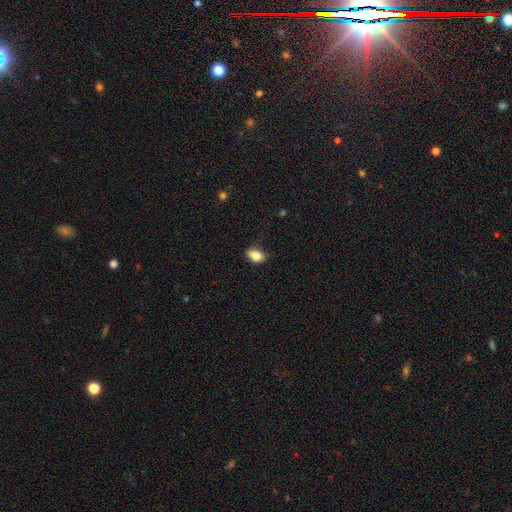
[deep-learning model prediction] Overall: smooth (85%). How rounded: in between (83%). Merging: none (66%; minor disturbance 27%).